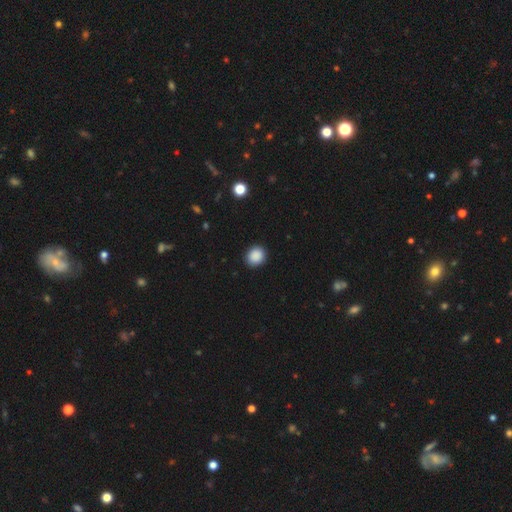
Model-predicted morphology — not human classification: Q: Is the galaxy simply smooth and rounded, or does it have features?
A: smooth — 89%.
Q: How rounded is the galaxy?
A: round — 76%.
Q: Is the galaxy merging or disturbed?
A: none — 91%.